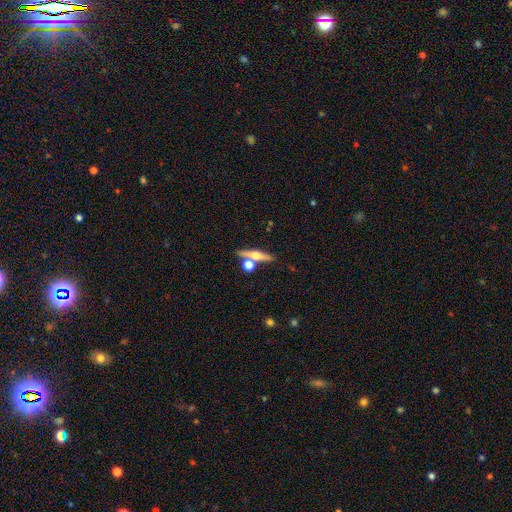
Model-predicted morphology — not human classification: Q: Smooth or featured?
A: featured or disk (56%); runner-up: smooth (35%)
Q: Edge-on disk?
A: yes (93%); runner-up: no (7%)
Q: Edge-on bulge?
A: rounded (91%); runner-up: none (5%)
Q: Merging?
A: none (69%); runner-up: merger (19%)